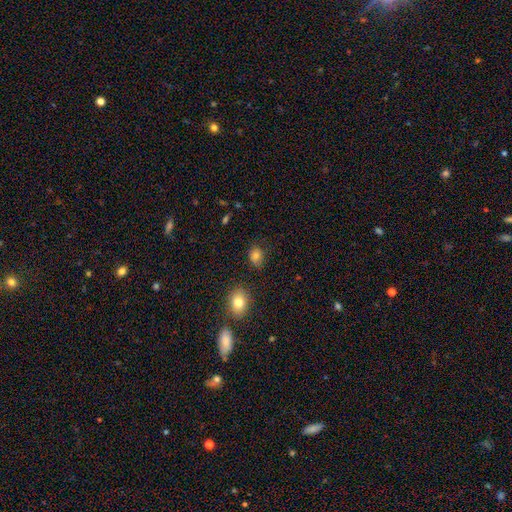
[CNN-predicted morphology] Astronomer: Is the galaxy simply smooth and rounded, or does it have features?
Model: smooth — 80%.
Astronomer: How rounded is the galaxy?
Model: in between — 54% (runner-up: round, 45%).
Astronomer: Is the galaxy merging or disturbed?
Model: none — 75%.